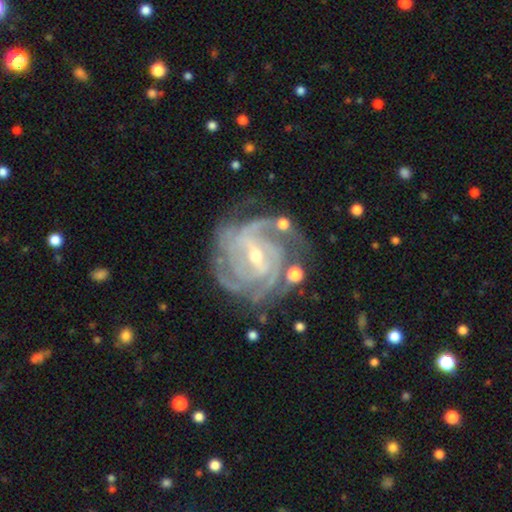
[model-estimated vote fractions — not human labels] Smooth or featured?
  - featured or disk: 91% *
  - star or artifact: 5%
  - smooth: 4%
Edge-on disk?
  - no: 98% *
  - yes: 2%
Bar?
  - weak: 49% *
  - strong: 34%
  - no: 17%
Spiral arms?
  - yes: 98% *
  - no: 2%
Spiral winding?
  - tight: 63% *
  - medium: 32%
  - loose: 5%
Spiral arm count?
  - 4: 35% *
  - 3: 27%
  - can't tell: 15%
  - 2: 11%
  - more than 4: 7%
  - 1: 5%
Bulge size?
  - small: 58% *
  - moderate: 38%
  - large: 1%
  - none: 1%
  - dominant: 1%
Merging?
  - none: 68% *
  - minor disturbance: 19%
  - major disturbance: 9%
  - merger: 3%